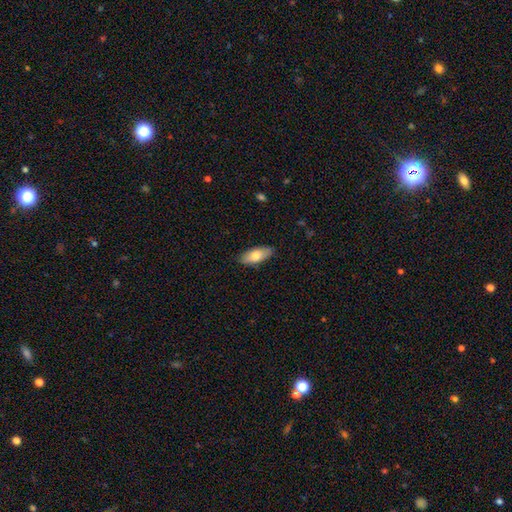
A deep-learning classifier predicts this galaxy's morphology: This appears to be a smooth galaxy with no disk features (75%) that is in between round and cigar-shaped (82%). Merging: none (86%).